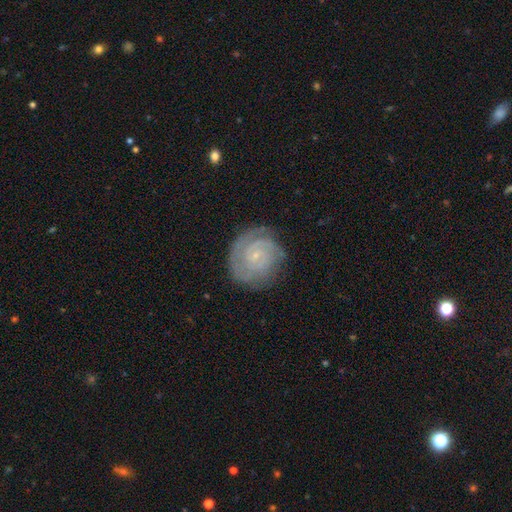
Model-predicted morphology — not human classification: Smooth or featured? Predicted: featured or disk (p=0.79). Edge-on disk? Predicted: no (p=0.98). Bar? Predicted: no (p=0.72). Spiral arms? Predicted: yes (p=0.95). Spiral winding? Predicted: tight (p=0.75). Spiral arm count? Predicted: 2 (p=0.35). Bulge size? Predicted: small (p=0.84). Merging? Predicted: none (p=0.77).